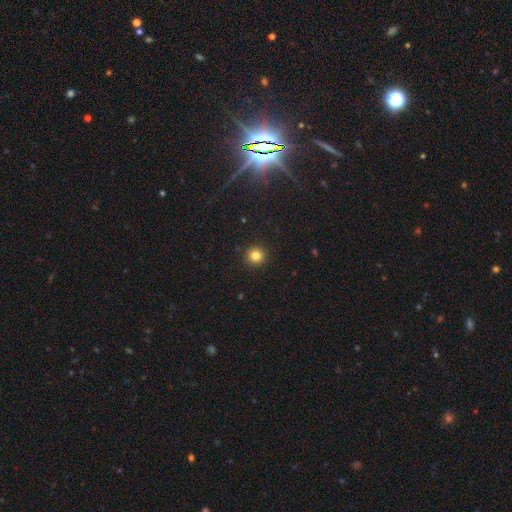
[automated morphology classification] Smooth or featured? smooth (83%)
How rounded? round (95%)
Merging? none (93%)